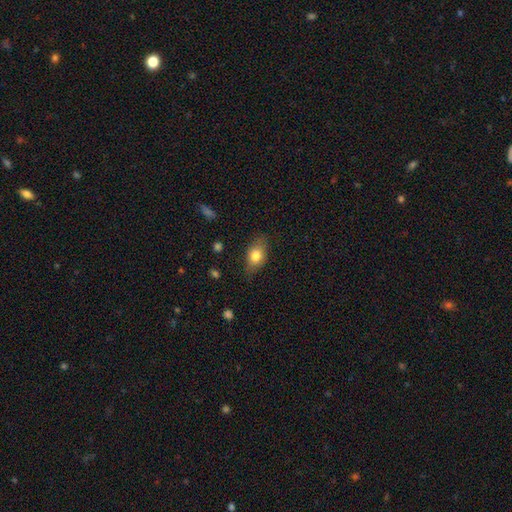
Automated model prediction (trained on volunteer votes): Overall: smooth (78%). How rounded: in between (82%). Merging: none (76%).